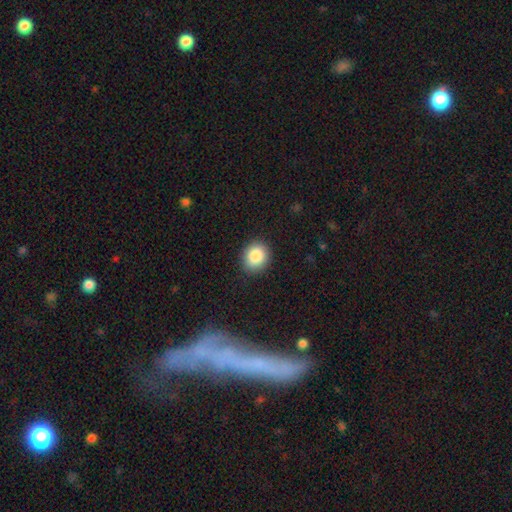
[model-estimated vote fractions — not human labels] A smooth galaxy with no disk features (86%) that is round (69%). Merging: none (89%).